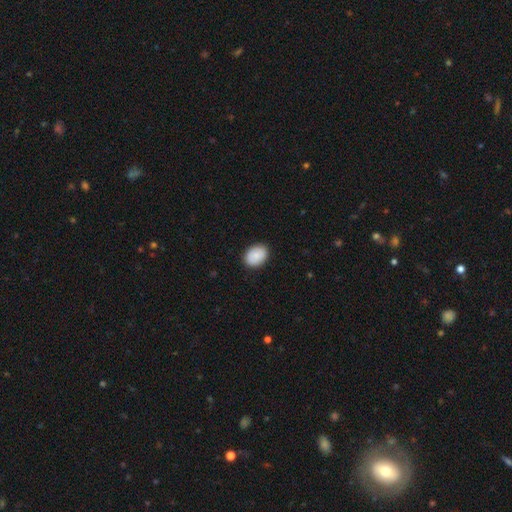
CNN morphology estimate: type=smooth (86%); roundness=in between (75%); merging=none (88%).